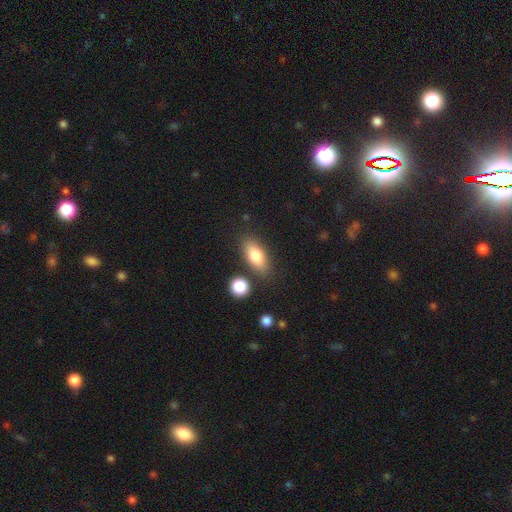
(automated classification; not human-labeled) smooth_or_featured: smooth (p=0.78) [alt: featured or disk p=0.14]
how_rounded: in between (p=0.81) [alt: cigar-shaped p=0.14]
merging: none (p=0.79) [alt: minor disturbance p=0.11]